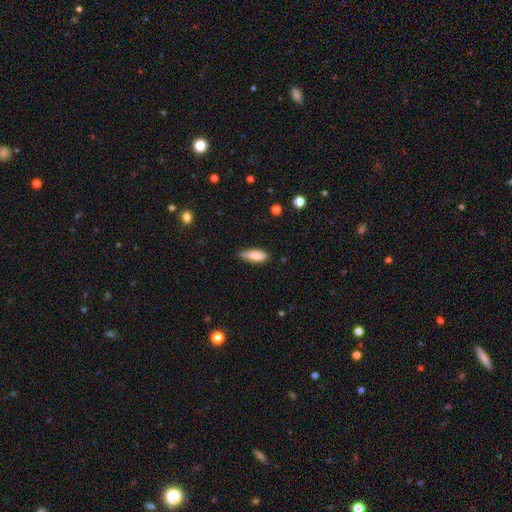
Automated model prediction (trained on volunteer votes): Q: Smooth or featured?
A: smooth (81%); runner-up: featured or disk (12%)
Q: How rounded?
A: in between (64%); runner-up: cigar-shaped (34%)
Q: Merging?
A: none (75%); runner-up: minor disturbance (20%)